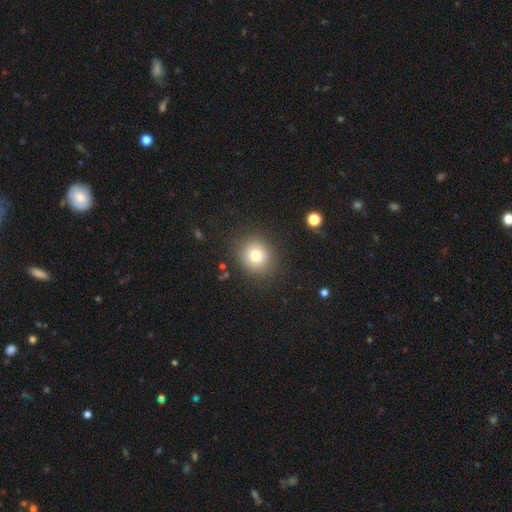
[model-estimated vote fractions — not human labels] The model was most divided on "smooth or featured": smooth: 77%, star or artifact: 12%, featured or disk: 10%. More confident: merging — none (87%); how rounded — round (84%).